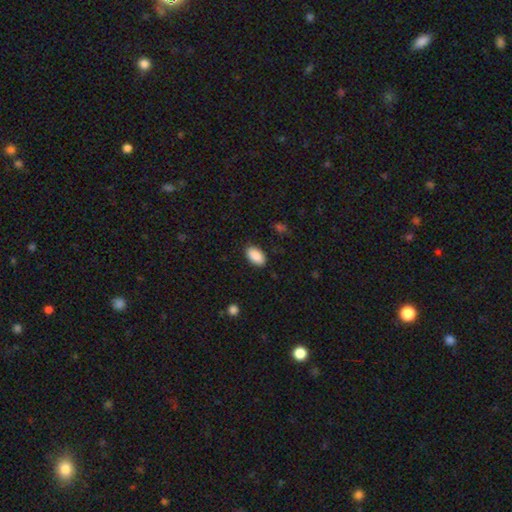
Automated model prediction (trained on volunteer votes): Smooth or featured? smooth (90%)
How rounded? in between (94%)
Merging? none (87%)